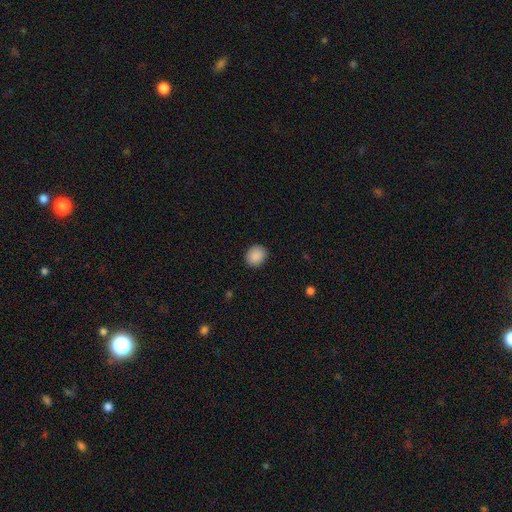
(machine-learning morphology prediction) Smooth or featured?
  - smooth: 89% *
  - star or artifact: 8%
  - featured or disk: 3%
How rounded?
  - round: 68% *
  - in between: 32%
  - cigar-shaped: 1%
Merging?
  - none: 89% *
  - minor disturbance: 8%
  - major disturbance: 2%
  - merger: 1%